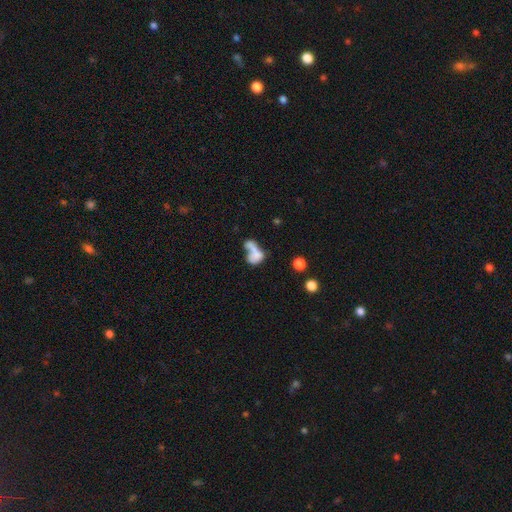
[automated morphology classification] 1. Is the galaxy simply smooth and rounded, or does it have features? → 60% smooth, 28% featured or disk, 12% star or artifact.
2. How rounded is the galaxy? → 72% in between, 22% round, 6% cigar-shaped.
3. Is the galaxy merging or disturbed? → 52% merger, 20% major disturbance, 17% none, 10% minor disturbance.